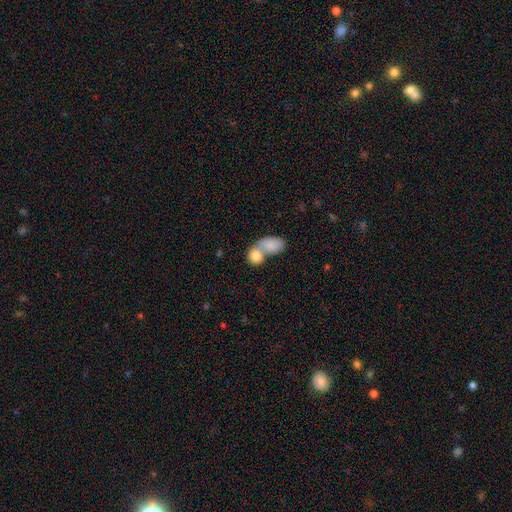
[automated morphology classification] A smooth galaxy with no disk features (83%) that is in between round and cigar-shaped (57%). Merging: merger (69%).